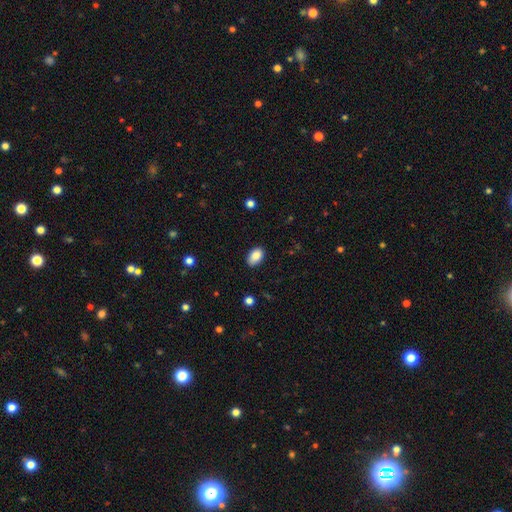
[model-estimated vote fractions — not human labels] The model was most divided on "merging": none: 83%, minor disturbance: 14%, major disturbance: 2%, merger: 1%. More confident: how rounded — in between (89%); smooth or featured — smooth (87%).